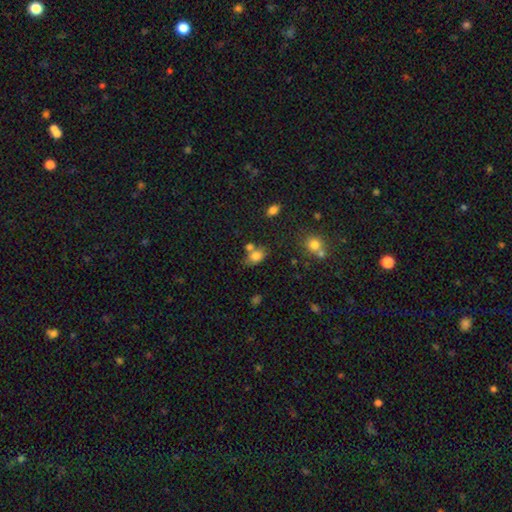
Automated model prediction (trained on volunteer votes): Overall: smooth (78%). How rounded: in between (72%). Merging: none (45%; merger 33%).